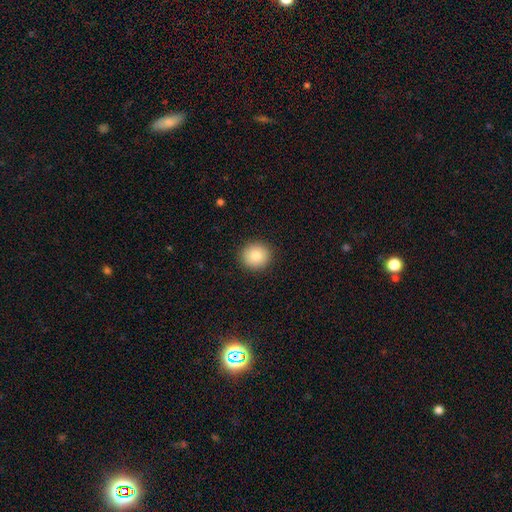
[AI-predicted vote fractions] A smooth galaxy with no disk features (83%) that is round (89%).

Vote fractions:
- Smooth or featured? smooth: 83% / featured or disk: 9% / star or artifact: 8%
- How rounded? round: 89% / in between: 10% / cigar-shaped: 1%
- Merging? none: 91% / minor disturbance: 6% / major disturbance: 2% / merger: 1%